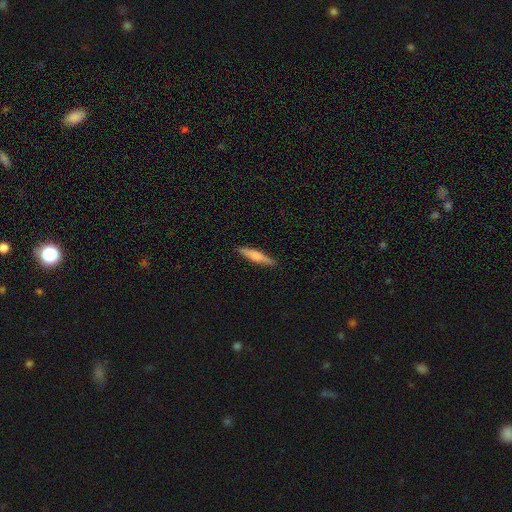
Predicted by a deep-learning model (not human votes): A smooth galaxy with no disk features (61%) that is cigar-shaped (89%).

Vote fractions:
- Smooth or featured? smooth: 61% / featured or disk: 33% / star or artifact: 6%
- How rounded? cigar-shaped: 89% / in between: 9% / round: 2%
- Merging? none: 91% / minor disturbance: 7% / major disturbance: 2% / merger: 1%